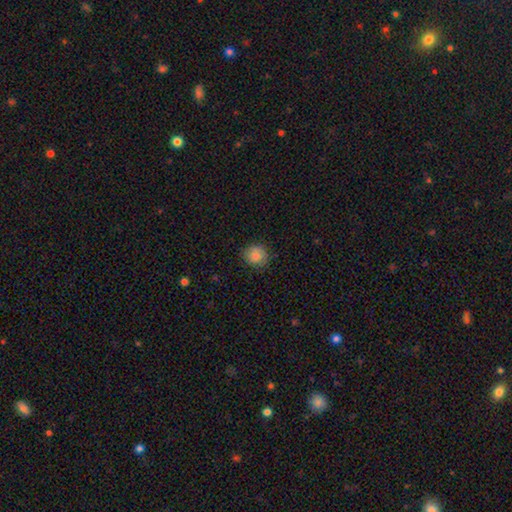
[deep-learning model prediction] This appears to be a smooth galaxy with no disk features (83%) that is round (86%). Merging: none (83%).